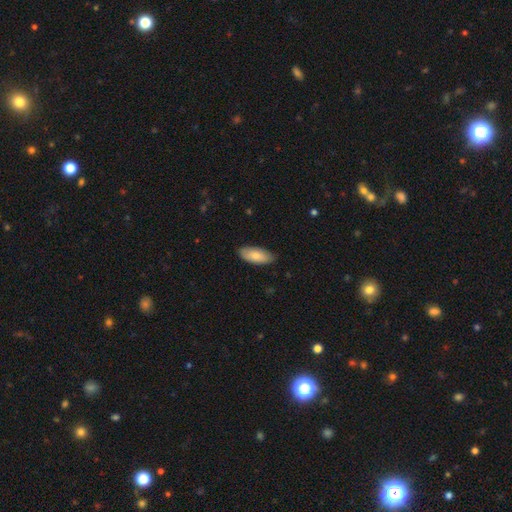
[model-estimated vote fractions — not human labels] Morphology: type=smooth (80%); roundness=in between (87%); merging=none (82%).